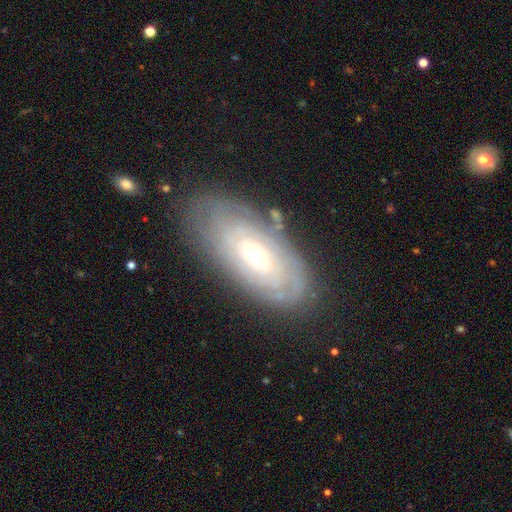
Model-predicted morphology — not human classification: The model was most divided on "bulge size": small: 57%, moderate: 39%, large: 2%, none: 1%, dominant: 1%. More confident: edge-on disk — no (90%); spiral winding — tight (82%); spiral arms — yes (81%); merging — none (79%); smooth or featured — featured or disk (72%); bar — no (69%); spiral arm count — can't tell (66%).